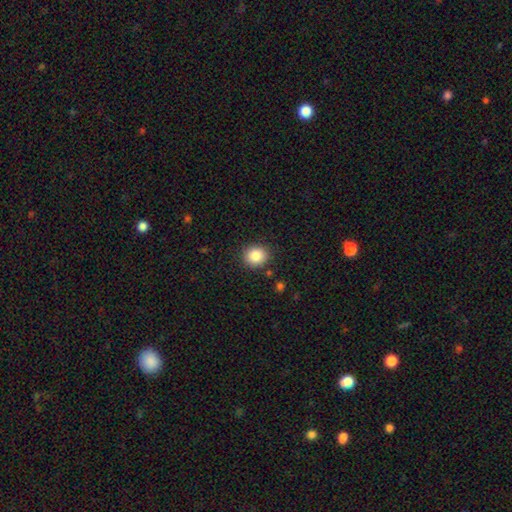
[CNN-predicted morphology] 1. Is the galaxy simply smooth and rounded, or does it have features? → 85% smooth, 9% star or artifact, 5% featured or disk.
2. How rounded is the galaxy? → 80% round, 19% in between, 1% cigar-shaped.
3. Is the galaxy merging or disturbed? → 88% none, 8% minor disturbance, 2% major disturbance, 2% merger.